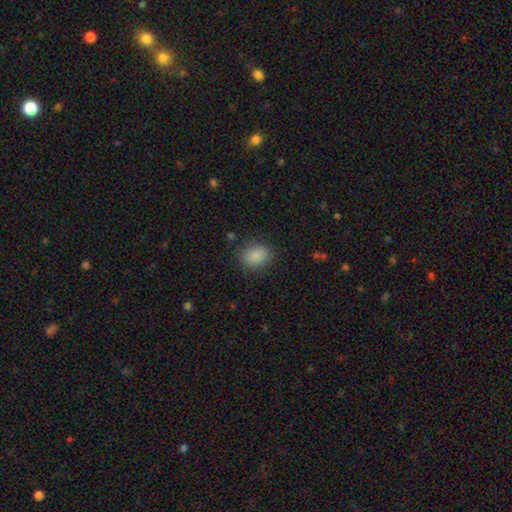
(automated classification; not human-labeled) This is clearly a smooth galaxy (87%). How rounded: possibly in between (56%). Merging: clearly none (84%).